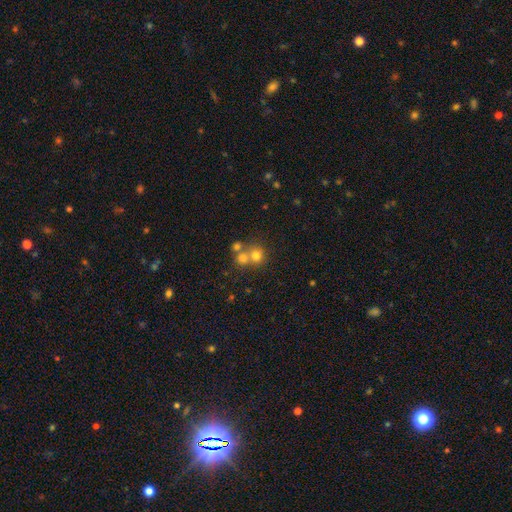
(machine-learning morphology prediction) Smooth or featured?
  - smooth: 70% *
  - star or artifact: 16%
  - featured or disk: 14%
How rounded?
  - round: 86% *
  - in between: 13%
  - cigar-shaped: 1%
Merging?
  - none: 47% *
  - merger: 43%
  - minor disturbance: 6%
  - major disturbance: 4%